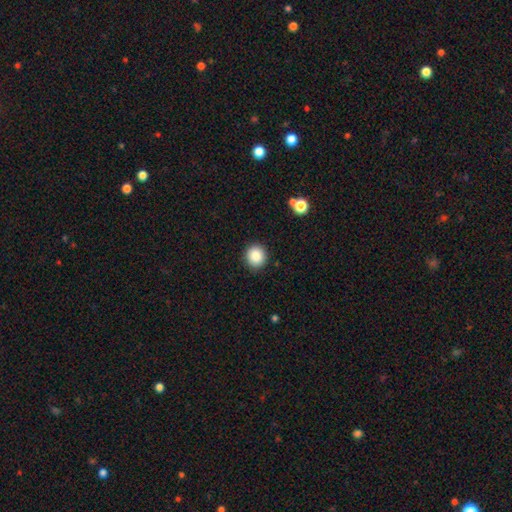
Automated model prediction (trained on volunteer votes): This appears to be a smooth galaxy with no disk features (87%) that is round (90%). Merging: none (90%).